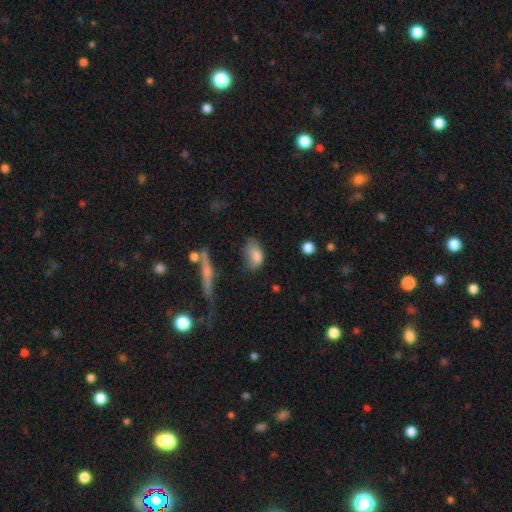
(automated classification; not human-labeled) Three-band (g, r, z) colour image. It shows a smooth galaxy with no disk features (79%) that is in between round and cigar-shaped (88%). Merging: none (45%).